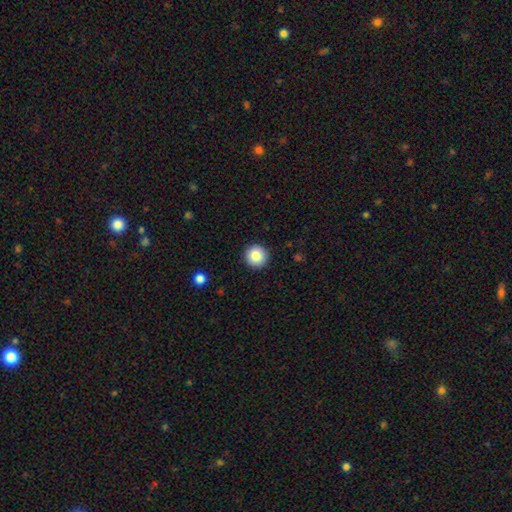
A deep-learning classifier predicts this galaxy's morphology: smooth_or_featured: smooth (p=0.83) [alt: star or artifact p=0.09]
how_rounded: round (p=0.96) [alt: in between p=0.03]
merging: none (p=0.93) [alt: minor disturbance p=0.04]